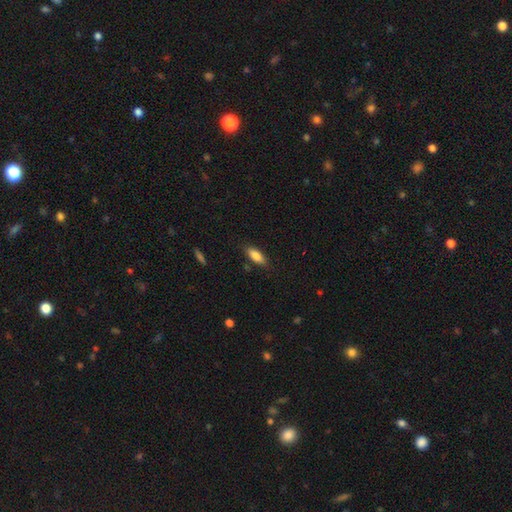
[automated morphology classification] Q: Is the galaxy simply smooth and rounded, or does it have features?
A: smooth — 83%.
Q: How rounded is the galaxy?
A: in between — 71%.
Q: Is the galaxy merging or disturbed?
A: none — 83%.